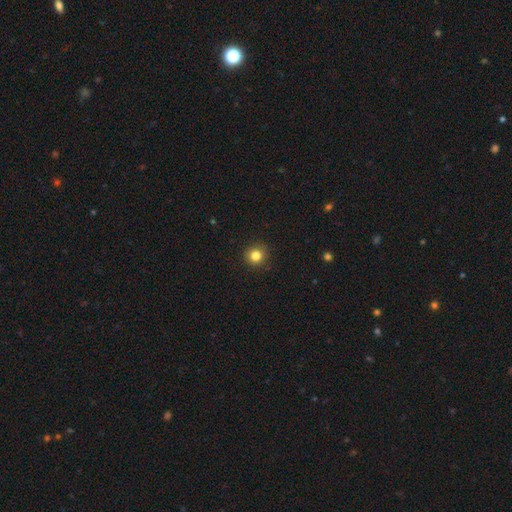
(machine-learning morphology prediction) smooth-or-featured: smooth: 83% | star or artifact: 12% | featured or disk: 5%
  how-rounded: round: 94% | in between: 5% | cigar-shaped: 1%
  merging: none: 91% | minor disturbance: 6% | major disturbance: 2% | merger: 1%